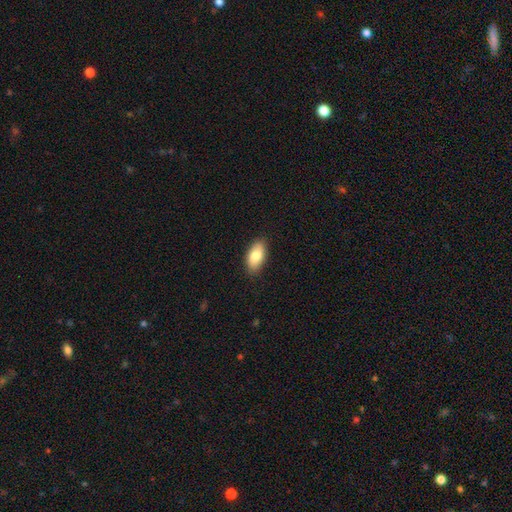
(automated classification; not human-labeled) Smooth or featured? Predicted: smooth (p=0.82). How rounded? Predicted: in between (p=0.92). Merging? Predicted: none (p=0.87).